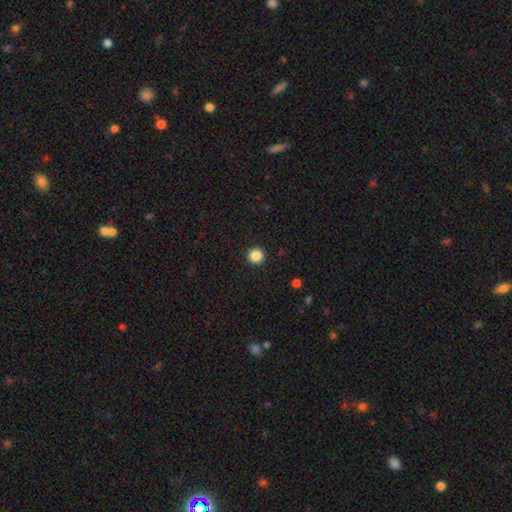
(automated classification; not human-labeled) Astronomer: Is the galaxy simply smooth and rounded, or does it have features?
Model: smooth — 86%.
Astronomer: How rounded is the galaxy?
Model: round — 95%.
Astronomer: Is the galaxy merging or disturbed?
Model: none — 93%.